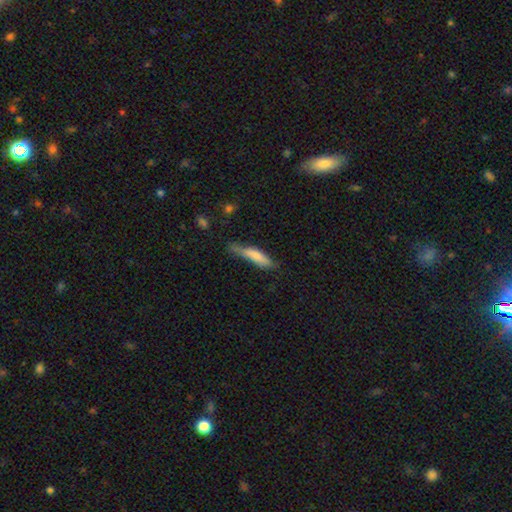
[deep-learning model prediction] Smooth or featured?
  - smooth: 74% *
  - featured or disk: 20%
  - star or artifact: 6%
How rounded?
  - cigar-shaped: 77% *
  - in between: 22%
  - round: 2%
Merging?
  - none: 45% *
  - minor disturbance: 37%
  - major disturbance: 15%
  - merger: 4%